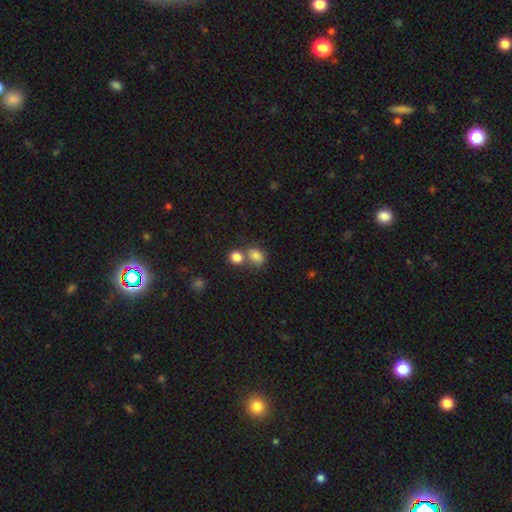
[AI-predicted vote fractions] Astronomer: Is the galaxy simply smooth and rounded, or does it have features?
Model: smooth — 81%.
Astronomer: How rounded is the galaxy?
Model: in between — 57% (runner-up: round, 42%).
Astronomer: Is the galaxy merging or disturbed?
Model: none — 49% (runner-up: merger, 37%).